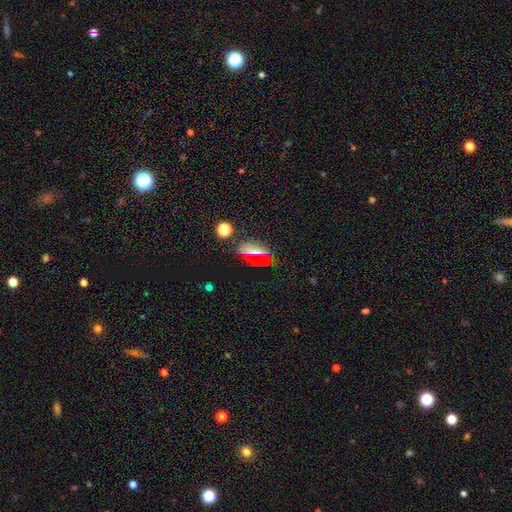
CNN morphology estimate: A smooth galaxy with no disk features (52%) that is in between round and cigar-shaped (75%).

Vote fractions:
- Smooth or featured? smooth: 52% / star or artifact: 29% / featured or disk: 18%
- How rounded? in between: 75% / cigar-shaped: 13% / round: 12%
- Merging? none: 75% / minor disturbance: 16% / major disturbance: 7% / merger: 3%